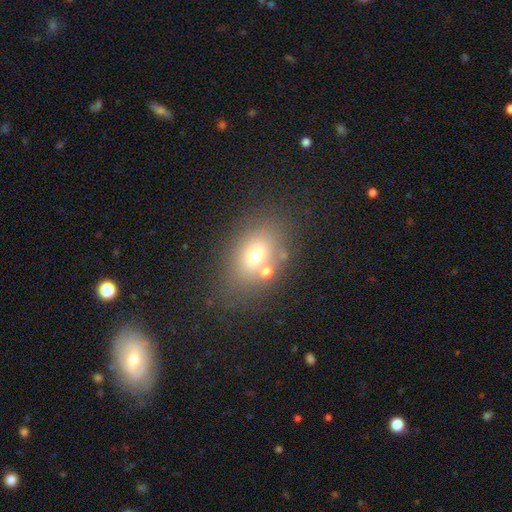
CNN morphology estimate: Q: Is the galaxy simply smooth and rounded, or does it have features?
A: smooth — 66%.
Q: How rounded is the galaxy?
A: in between — 75%.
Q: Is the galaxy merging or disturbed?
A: none — 68%.